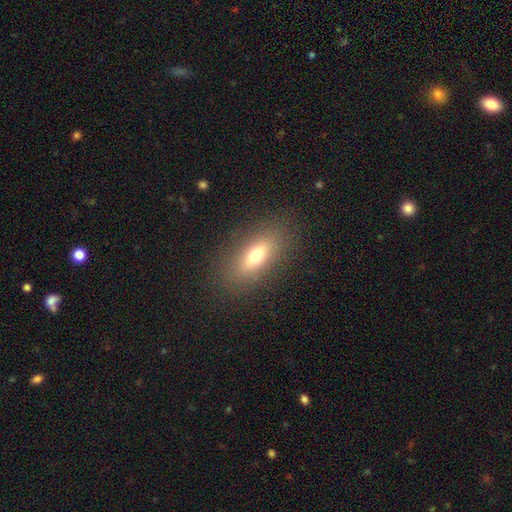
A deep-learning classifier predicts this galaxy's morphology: Smooth or featured? Predicted: smooth (p=0.67). How rounded? Predicted: in between (p=0.69). Merging? Predicted: none (p=0.86).